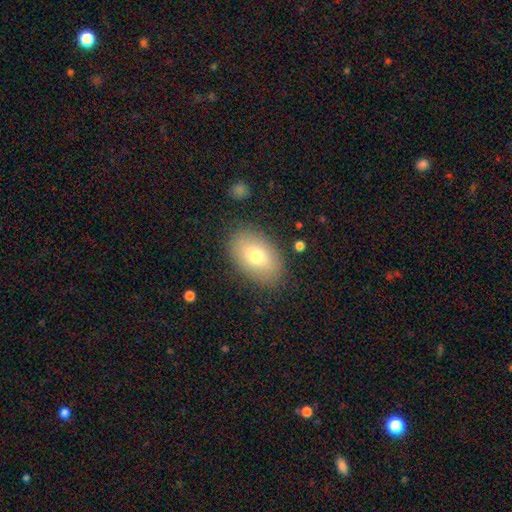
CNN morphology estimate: Overall: smooth (72%). How rounded: in between (88%). Merging: none (84%).